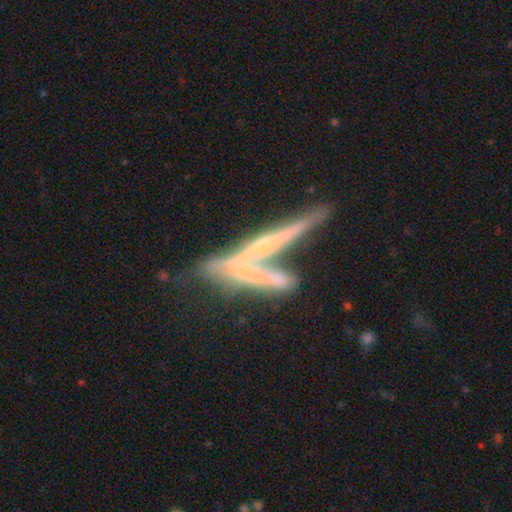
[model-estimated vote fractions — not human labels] Smooth or featured?
  - featured or disk: 69% *
  - smooth: 22%
  - star or artifact: 9%
Edge-on disk?
  - yes: 74% *
  - no: 26%
Edge-on bulge?
  - none: 55% *
  - rounded: 36%
  - boxy: 9%
Merging?
  - merger: 55% *
  - none: 24%
  - major disturbance: 11%
  - minor disturbance: 10%